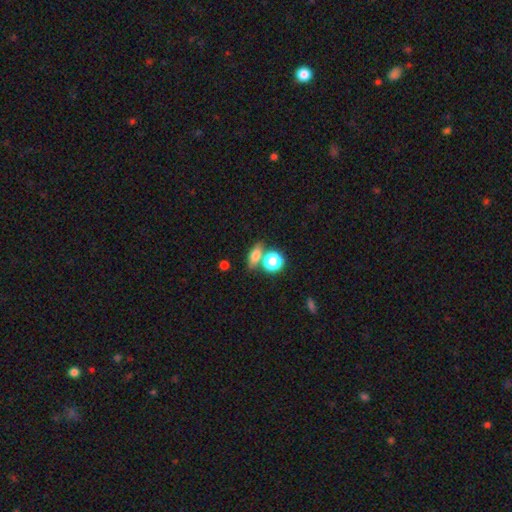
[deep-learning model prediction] Smooth or featured: smooth — 73% (featured or disk — 14%)
How rounded: in between — 62% (round — 25%)
Merging: none — 62% (merger — 22%)